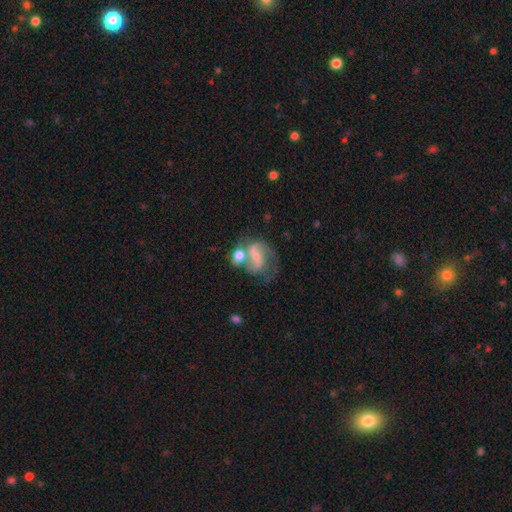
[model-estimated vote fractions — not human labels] Q: Smooth or featured?
A: featured or disk (64%); runner-up: smooth (27%)
Q: Edge-on disk?
A: no (97%); runner-up: yes (3%)
Q: Bar?
A: weak (42%); runner-up: no (33%)
Q: Spiral arms?
A: yes (77%); runner-up: no (23%)
Q: Bulge size?
A: small (48%); runner-up: moderate (37%)
Q: Merging?
A: merger (46%); runner-up: none (25%)